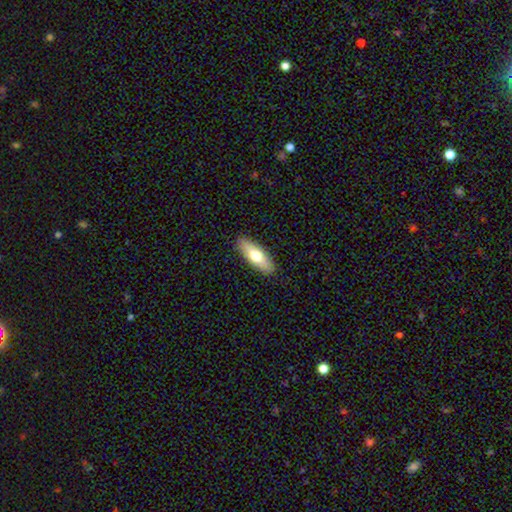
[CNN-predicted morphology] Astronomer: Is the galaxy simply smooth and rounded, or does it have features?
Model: smooth — 67%.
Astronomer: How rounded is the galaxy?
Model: in between — 61% (runner-up: cigar-shaped, 36%).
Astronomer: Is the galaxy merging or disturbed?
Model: none — 90%.